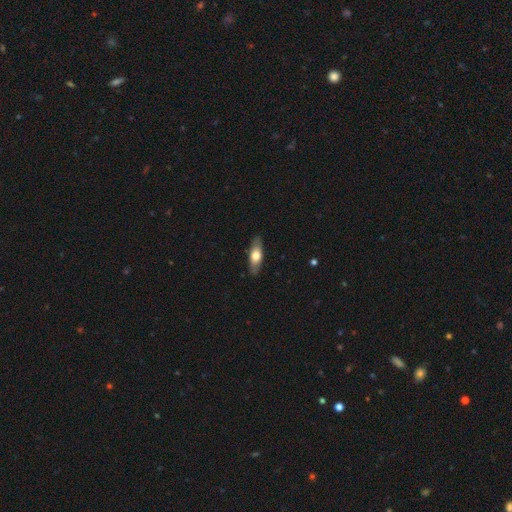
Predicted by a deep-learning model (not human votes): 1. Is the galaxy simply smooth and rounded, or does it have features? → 59% smooth, 35% featured or disk, 5% star or artifact.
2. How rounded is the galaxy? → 64% in between, 33% cigar-shaped, 3% round.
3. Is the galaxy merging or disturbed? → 86% none, 11% minor disturbance, 2% major disturbance, 1% merger.